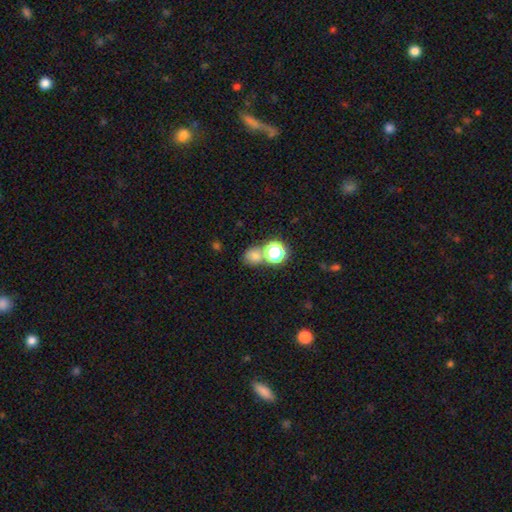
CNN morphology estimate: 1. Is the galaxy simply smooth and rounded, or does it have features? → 65% smooth, 27% star or artifact, 8% featured or disk.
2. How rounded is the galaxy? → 76% round, 23% in between, 1% cigar-shaped.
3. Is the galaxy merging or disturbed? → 59% none, 28% merger, 8% minor disturbance, 4% major disturbance.